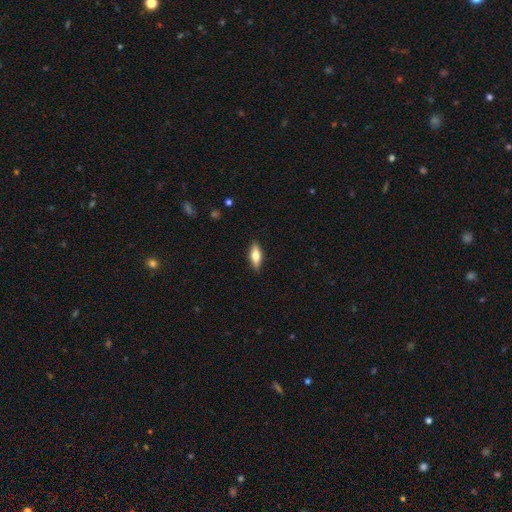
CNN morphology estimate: Overall: smooth (67%). How rounded: in between (69%). Merging: none (88%).